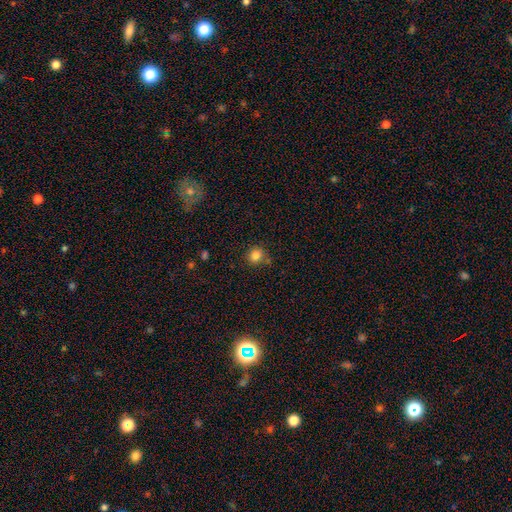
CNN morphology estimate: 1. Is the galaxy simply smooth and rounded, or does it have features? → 83% smooth, 12% star or artifact, 5% featured or disk.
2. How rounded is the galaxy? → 83% round, 16% in between, 1% cigar-shaped.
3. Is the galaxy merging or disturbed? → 77% none, 13% minor disturbance, 7% merger, 4% major disturbance.